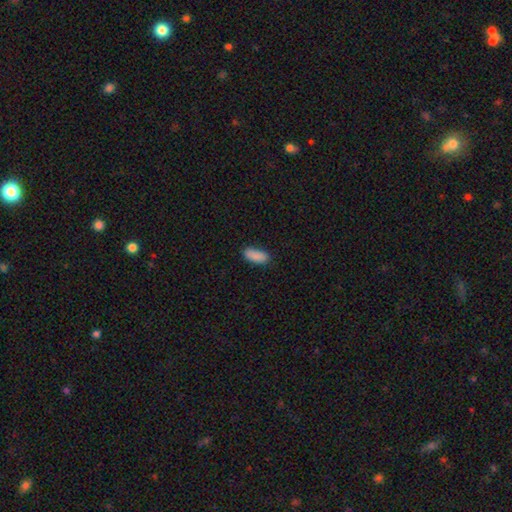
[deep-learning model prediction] smooth_or_featured: smooth (p=0.89) [alt: star or artifact p=0.07]
how_rounded: in between (p=0.81) [alt: cigar-shaped p=0.17]
merging: none (p=0.83) [alt: minor disturbance p=0.13]